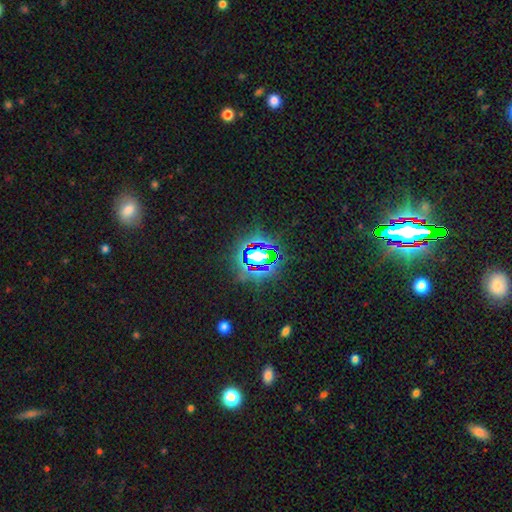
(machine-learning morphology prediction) This appears to be a star or artifact, not a galaxy (74%).